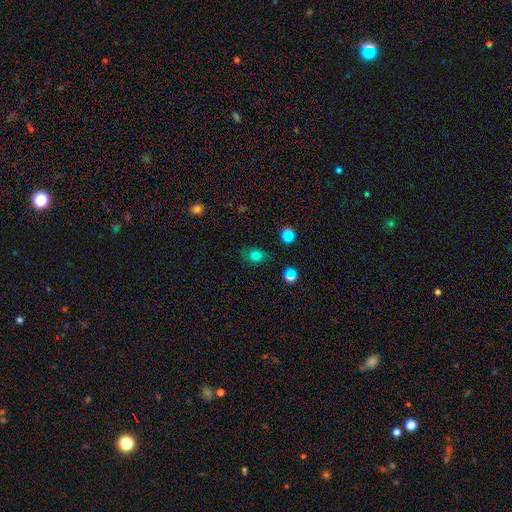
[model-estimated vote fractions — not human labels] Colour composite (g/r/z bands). It shows a smooth galaxy with no disk features (76%) that is in between round and cigar-shaped (58%). Merging: none (71%).